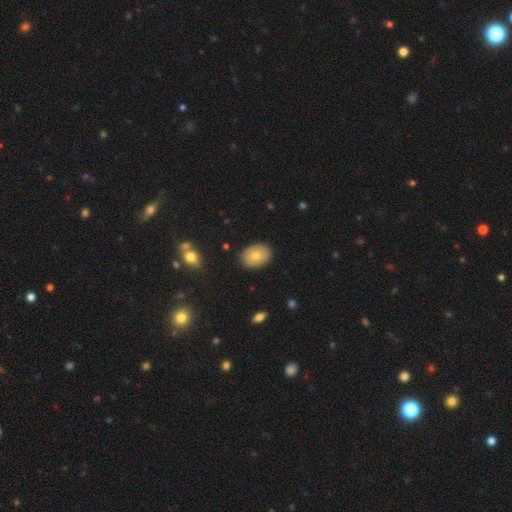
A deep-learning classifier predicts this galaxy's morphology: Smooth or featured?
  - smooth: 72% *
  - featured or disk: 20%
  - star or artifact: 7%
How rounded?
  - in between: 72% *
  - round: 27%
  - cigar-shaped: 1%
Merging?
  - none: 87% *
  - minor disturbance: 10%
  - major disturbance: 2%
  - merger: 1%